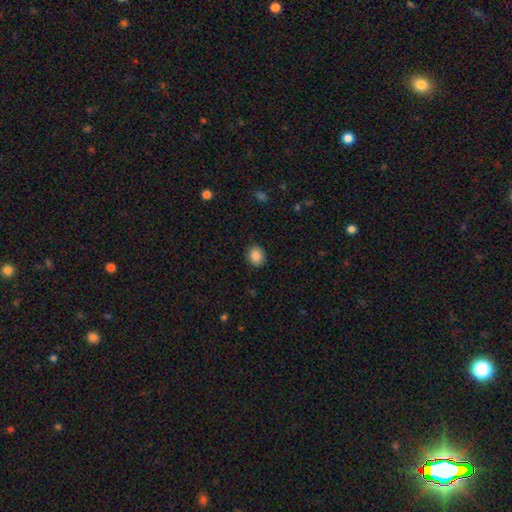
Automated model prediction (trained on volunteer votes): smooth_or_featured: smooth (p=0.87) [alt: star or artifact p=0.09]
how_rounded: round (p=0.59) [alt: in between p=0.40]
merging: none (p=0.88) [alt: minor disturbance p=0.09]